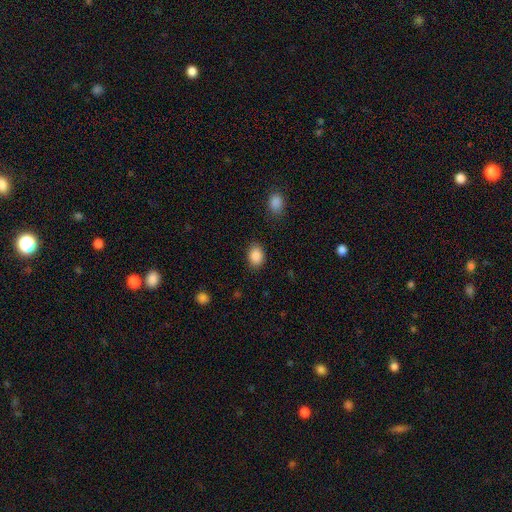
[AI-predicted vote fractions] Smooth or featured?
  - smooth: 88% *
  - star or artifact: 8%
  - featured or disk: 4%
How rounded?
  - in between: 70% *
  - round: 29%
  - cigar-shaped: 1%
Merging?
  - none: 85% *
  - minor disturbance: 10%
  - major disturbance: 3%
  - merger: 2%